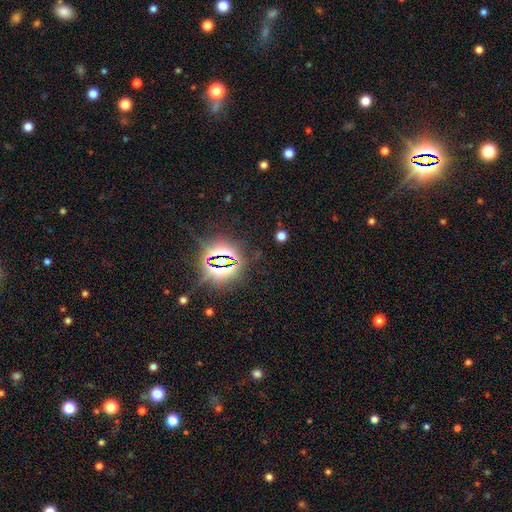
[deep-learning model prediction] Smooth or featured? Predicted: star or artifact (p=0.82).